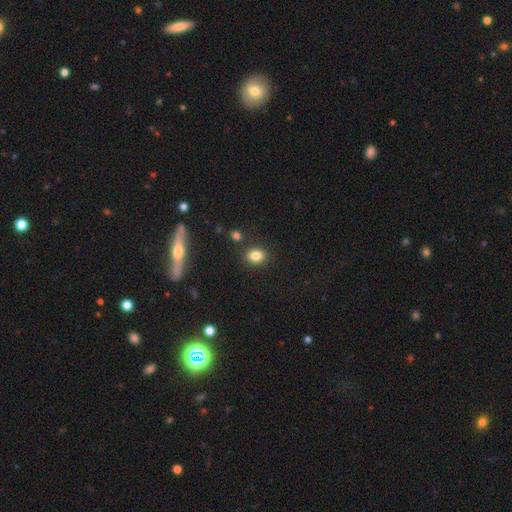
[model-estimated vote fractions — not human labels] smooth_or_featured: smooth (p=0.83) [alt: star or artifact p=0.11]
how_rounded: in between (p=0.55) [alt: round p=0.44]
merging: none (p=0.84) [alt: minor disturbance p=0.09]